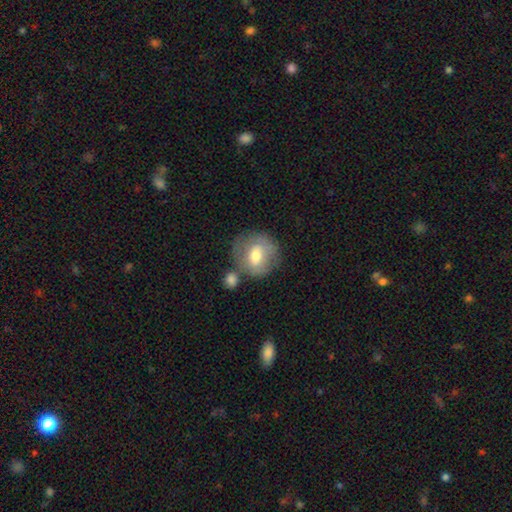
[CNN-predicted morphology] A smooth galaxy with no disk features (58%) that is round (81%).

Vote fractions:
- Smooth or featured? smooth: 58% / featured or disk: 34% / star or artifact: 7%
- How rounded? round: 81% / in between: 18% / cigar-shaped: 1%
- Merging? none: 57% / merger: 18% / minor disturbance: 18% / major disturbance: 7%